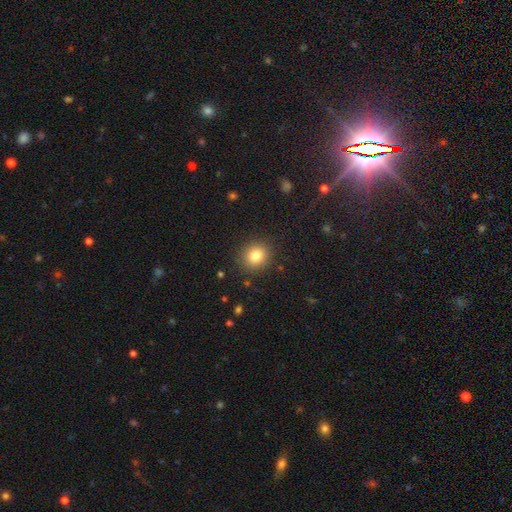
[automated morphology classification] Smooth or featured: smooth — 83% (star or artifact — 11%)
How rounded: round — 80% (in between — 20%)
Merging: none — 88% (minor disturbance — 8%)